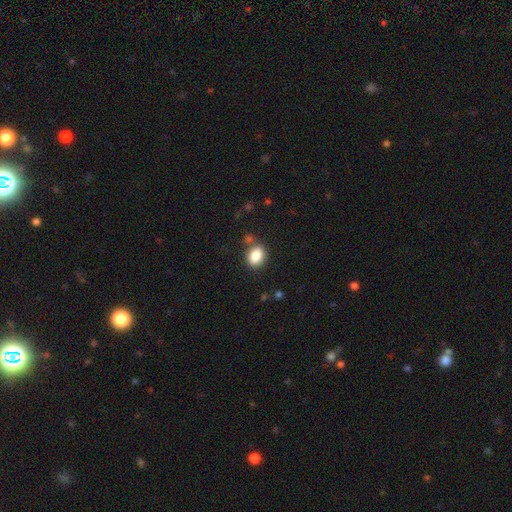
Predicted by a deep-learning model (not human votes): Overall: smooth (86%). How rounded: in between (61%; round 38%). Merging: none (77%).